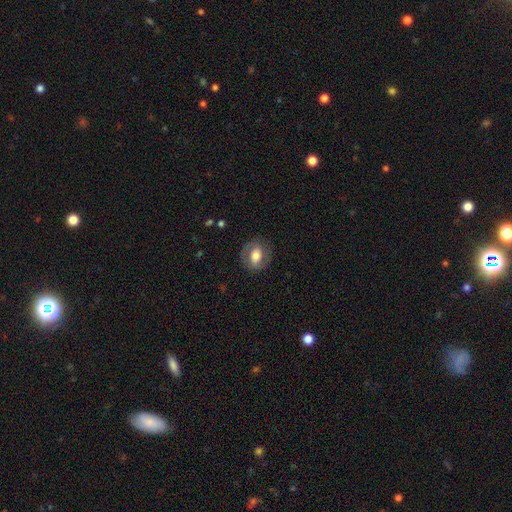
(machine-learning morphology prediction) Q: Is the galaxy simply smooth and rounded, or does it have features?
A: smooth — 53%.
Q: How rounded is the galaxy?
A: in between — 51%.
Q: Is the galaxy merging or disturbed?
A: none — 79%.